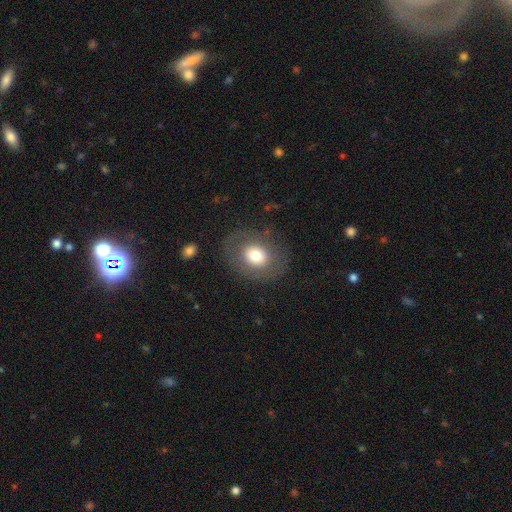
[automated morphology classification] smooth 68%, featured or disk 23%, star or artifact 9%. Down the decision tree: how rounded — in between (52%); merging — none (80%).